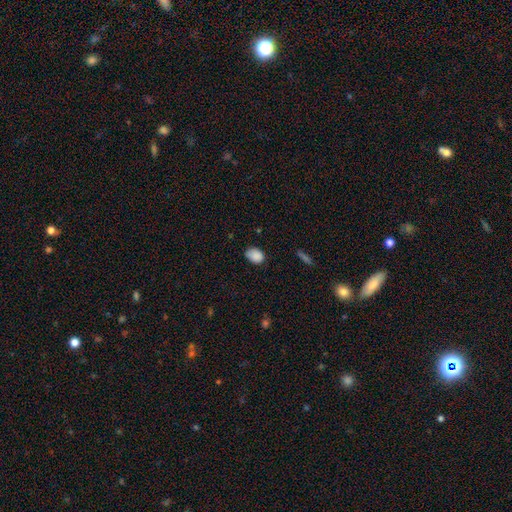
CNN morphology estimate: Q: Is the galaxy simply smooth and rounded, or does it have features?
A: smooth — 87%.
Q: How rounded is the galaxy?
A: in between — 76%.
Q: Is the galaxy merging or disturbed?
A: none — 69%.